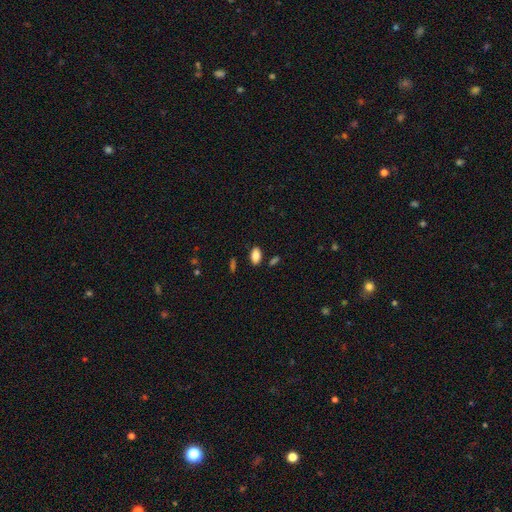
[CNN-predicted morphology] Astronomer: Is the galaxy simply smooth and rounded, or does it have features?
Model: smooth — 83%.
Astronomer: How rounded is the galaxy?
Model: in between — 92%.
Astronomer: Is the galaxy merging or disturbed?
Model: none — 85%.